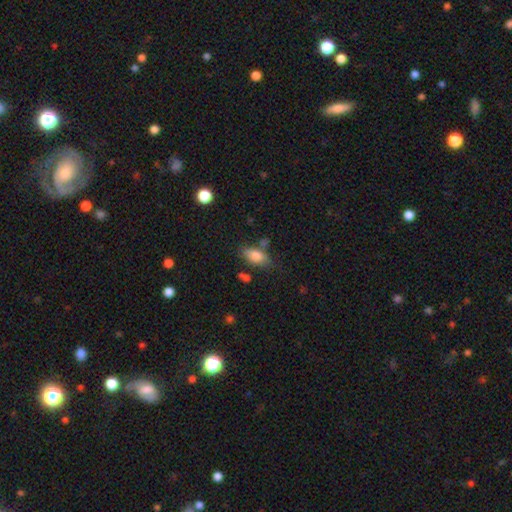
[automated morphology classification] Smooth or featured?
  - smooth: 80% *
  - featured or disk: 12%
  - star or artifact: 8%
How rounded?
  - in between: 87% *
  - cigar-shaped: 8%
  - round: 5%
Merging?
  - none: 68% *
  - minor disturbance: 18%
  - merger: 9%
  - major disturbance: 5%